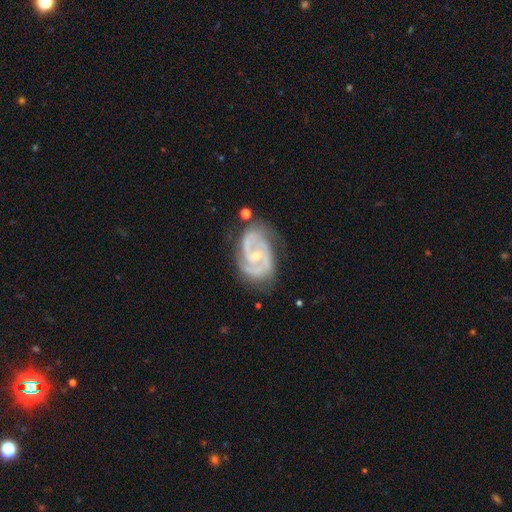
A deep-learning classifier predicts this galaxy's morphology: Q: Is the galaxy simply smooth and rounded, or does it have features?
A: featured or disk — 89%.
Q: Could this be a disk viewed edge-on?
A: no — 97%.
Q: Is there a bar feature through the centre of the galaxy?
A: no — 52%.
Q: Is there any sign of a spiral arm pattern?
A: yes — 97%.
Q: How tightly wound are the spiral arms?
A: tight — 46%.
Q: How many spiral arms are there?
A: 2 — 72%.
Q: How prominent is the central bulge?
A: small — 62%.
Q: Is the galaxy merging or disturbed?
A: none — 68%.